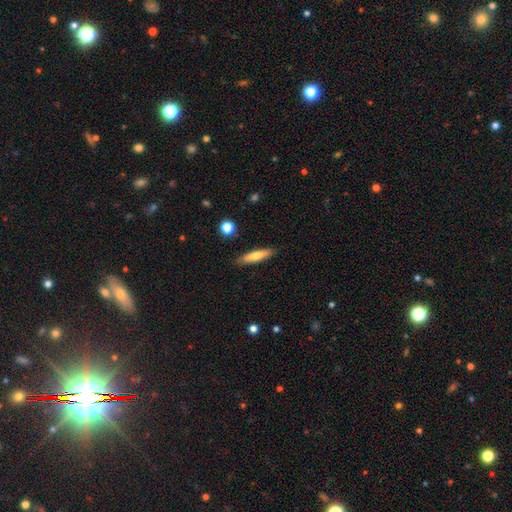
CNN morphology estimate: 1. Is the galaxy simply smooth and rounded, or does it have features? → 67% smooth, 27% featured or disk, 6% star or artifact.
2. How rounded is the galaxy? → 78% cigar-shaped, 20% in between, 2% round.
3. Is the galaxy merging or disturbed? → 87% none, 10% minor disturbance, 2% major disturbance, 1% merger.